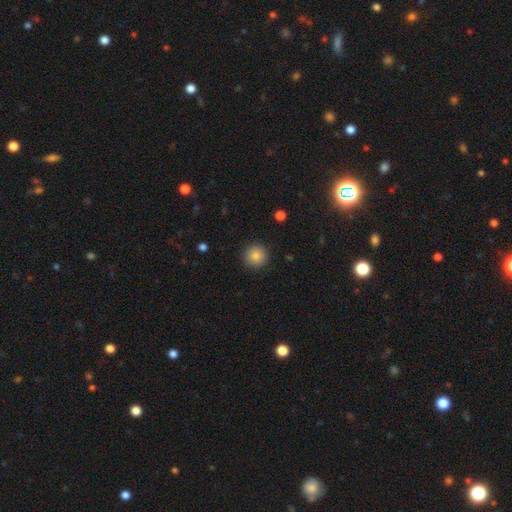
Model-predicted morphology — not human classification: A smooth galaxy with no disk features (84%) that is round (95%).

Vote fractions:
- Smooth or featured? smooth: 84% / star or artifact: 10% / featured or disk: 6%
- How rounded? round: 95% / in between: 4% / cigar-shaped: 1%
- Merging? none: 91% / minor disturbance: 6% / major disturbance: 2% / merger: 1%